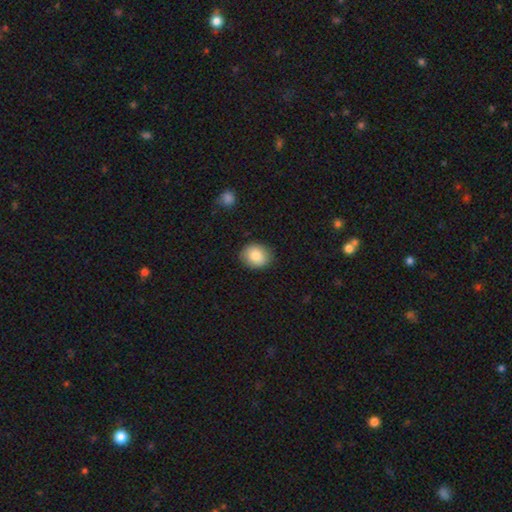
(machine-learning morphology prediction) A smooth galaxy with no disk features (83%) that is round (63%).

Vote fractions:
- Smooth or featured? smooth: 83% / featured or disk: 9% / star or artifact: 8%
- How rounded? round: 63% / in between: 36% / cigar-shaped: 1%
- Merging? none: 88% / minor disturbance: 9% / major disturbance: 2% / merger: 1%